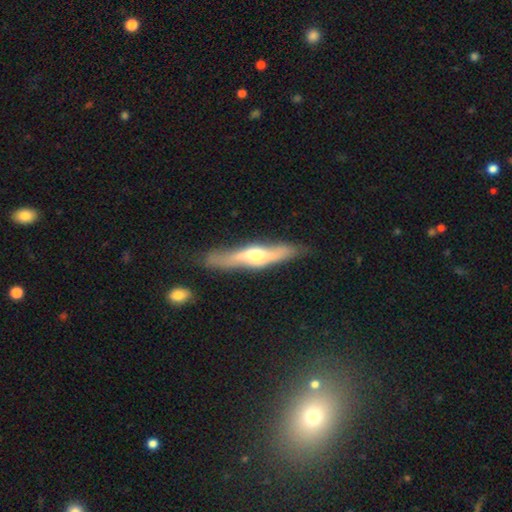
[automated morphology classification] This appears to be a featured or disk galaxy (64%) viewed edge-on (85%) with a rounded central bulge (86%). Merging: none (76%).